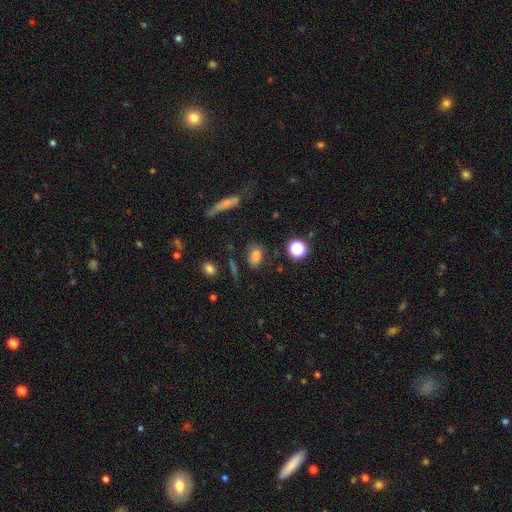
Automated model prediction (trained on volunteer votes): Smooth or featured? smooth (80%)
How rounded? in between (78%)
Merging? none (78%)